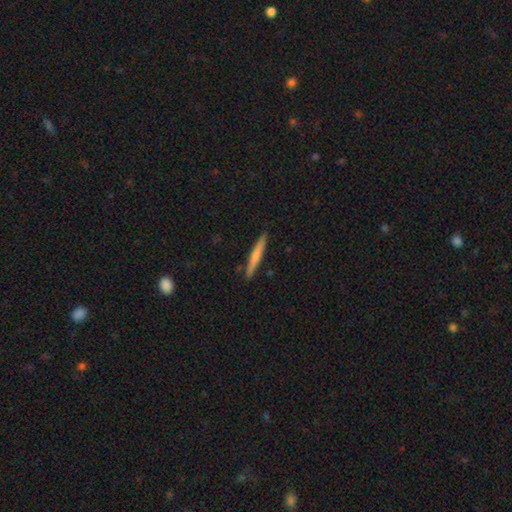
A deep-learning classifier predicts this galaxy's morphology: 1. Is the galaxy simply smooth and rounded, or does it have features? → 64% smooth, 31% featured or disk, 5% star or artifact.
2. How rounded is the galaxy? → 96% cigar-shaped, 3% in between, 1% round.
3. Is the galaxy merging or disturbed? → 89% none, 8% minor disturbance, 1% major disturbance, 1% merger.